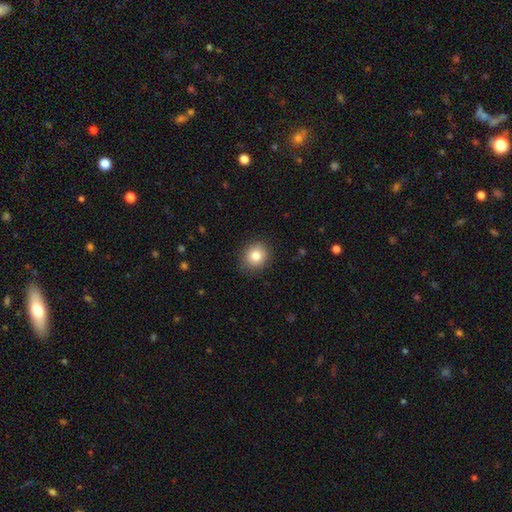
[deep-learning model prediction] smooth_or_featured: smooth (p=0.82) [alt: star or artifact p=0.10]
how_rounded: round (p=0.81) [alt: in between p=0.18]
merging: none (p=0.87) [alt: minor disturbance p=0.09]